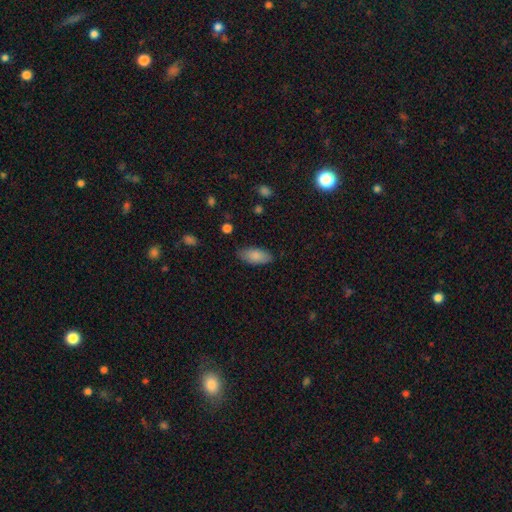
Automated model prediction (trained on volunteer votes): The model was most divided on "merging": none: 83%, minor disturbance: 13%, major disturbance: 3%, merger: 1%. More confident: how rounded — in between (87%); smooth or featured — smooth (85%).